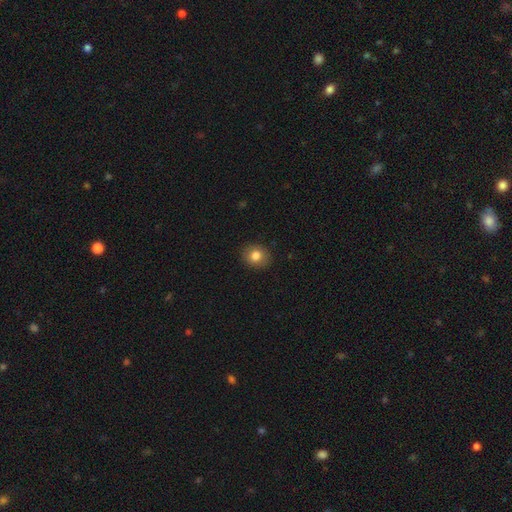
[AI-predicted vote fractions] smooth 82%, star or artifact 10%, featured or disk 8%. Down the decision tree: how rounded — round (72%); merging — none (89%).